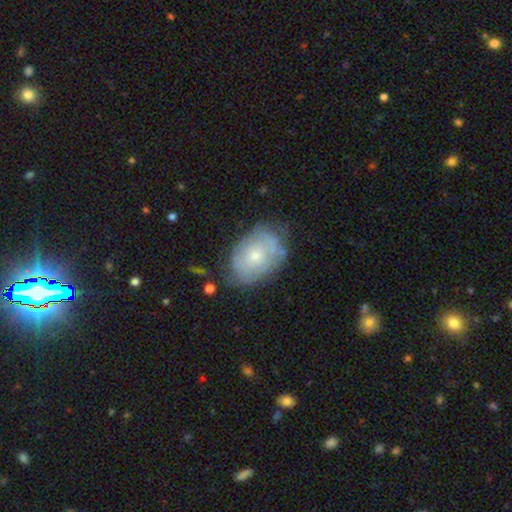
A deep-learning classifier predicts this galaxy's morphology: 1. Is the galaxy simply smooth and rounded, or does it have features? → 47% featured or disk, 46% smooth, 7% star or artifact.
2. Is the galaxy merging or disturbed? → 61% none, 26% minor disturbance, 9% major disturbance, 4% merger.